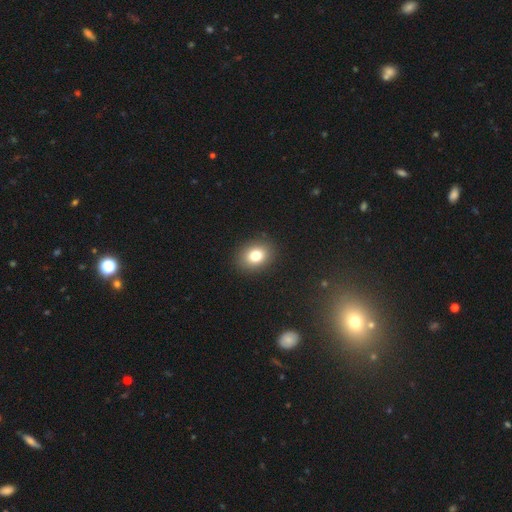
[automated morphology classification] The model was most divided on "how rounded": in between: 53%, round: 46%, cigar-shaped: 1%. More confident: merging — none (90%); smooth or featured — smooth (80%).